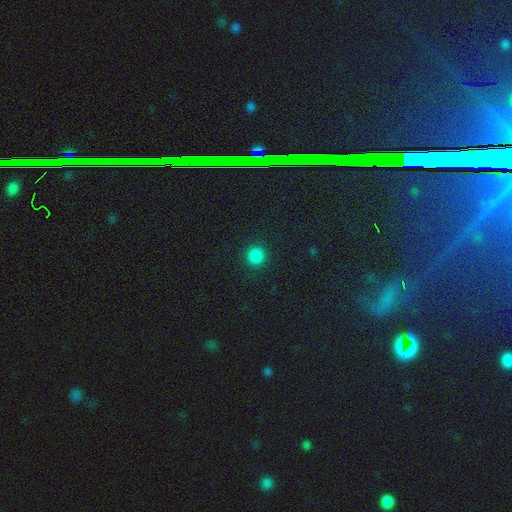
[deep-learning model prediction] Smooth or featured: smooth — 85% (star or artifact — 12%)
How rounded: round — 93% (in between — 6%)
Merging: none — 92% (minor disturbance — 5%)